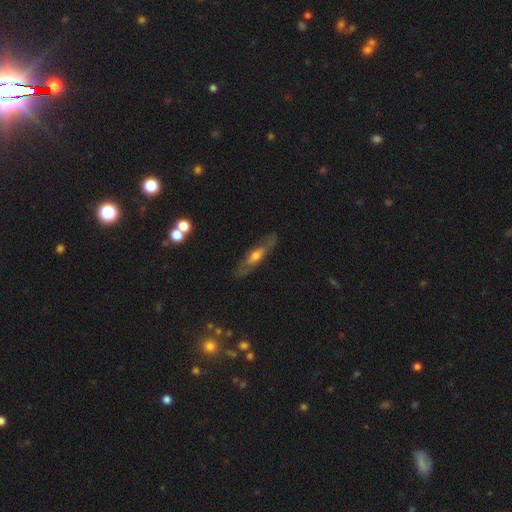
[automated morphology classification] Q: Smooth or featured?
A: featured or disk (56%); runner-up: smooth (37%)
Q: Edge-on disk?
A: yes (58%); runner-up: no (42%)
Q: Merging?
A: none (78%); runner-up: minor disturbance (15%)